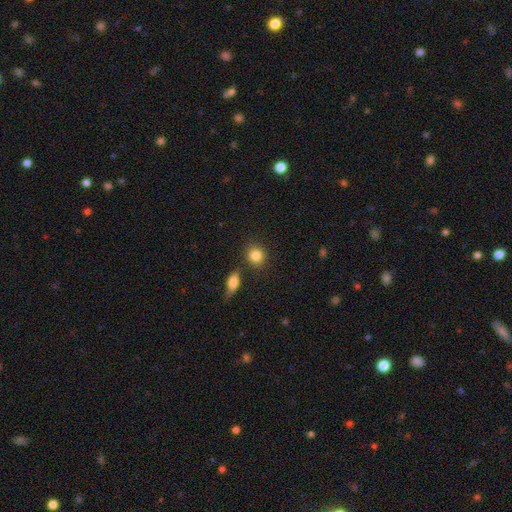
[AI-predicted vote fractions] Q: Smooth or featured?
A: smooth (84%); runner-up: star or artifact (9%)
Q: How rounded?
A: round (81%); runner-up: in between (18%)
Q: Merging?
A: none (78%); runner-up: merger (10%)